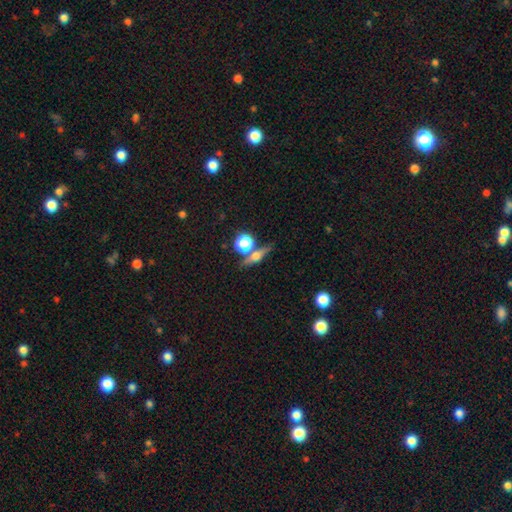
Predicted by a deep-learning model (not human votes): Q: Smooth or featured?
A: featured or disk (57%); runner-up: smooth (31%)
Q: Edge-on disk?
A: yes (91%); runner-up: no (9%)
Q: Edge-on bulge?
A: rounded (92%); runner-up: boxy (5%)
Q: Merging?
A: none (73%); runner-up: merger (13%)